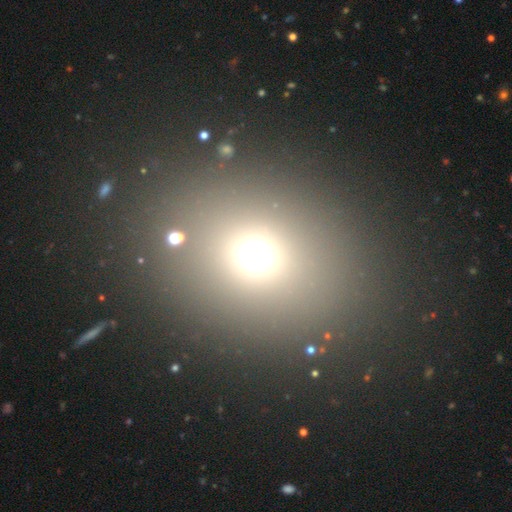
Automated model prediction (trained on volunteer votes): Smooth or featured?
  - smooth: 64% *
  - star or artifact: 27%
  - featured or disk: 9%
How rounded?
  - round: 63% *
  - in between: 35%
  - cigar-shaped: 2%
Merging?
  - none: 83% *
  - minor disturbance: 8%
  - major disturbance: 5%
  - merger: 4%